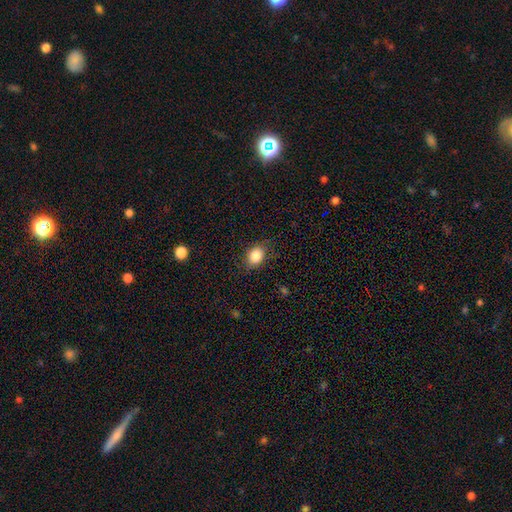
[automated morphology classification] type=smooth (85%); roundness=in between (63%); merging=none (79%).